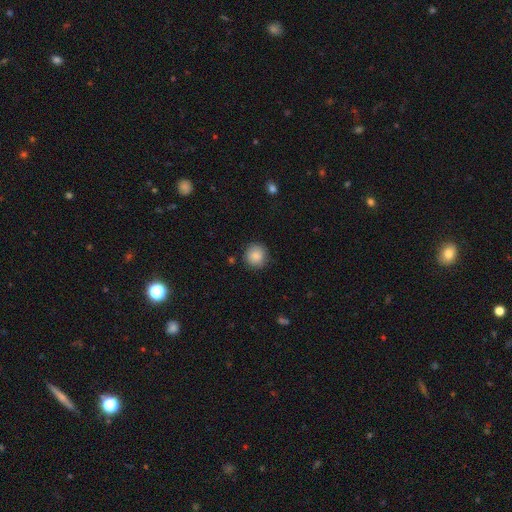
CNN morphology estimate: type=smooth (87%); roundness=round (93%); merging=none (88%).